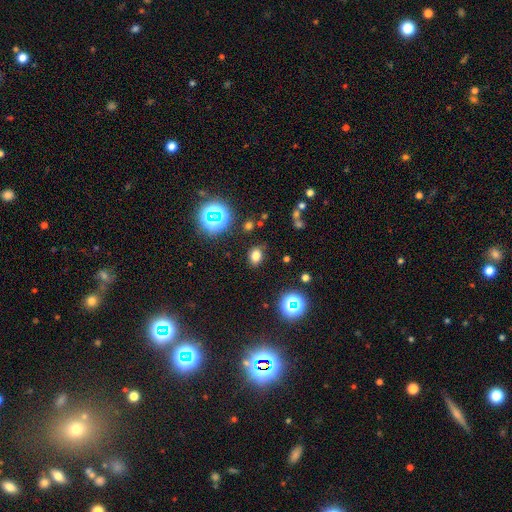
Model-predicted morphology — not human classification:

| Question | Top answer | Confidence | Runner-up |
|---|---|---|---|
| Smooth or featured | smooth | 74% | star or artifact (19%) |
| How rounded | in between | 66% | round (33%) |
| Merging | none | 85% | minor disturbance (10%) |